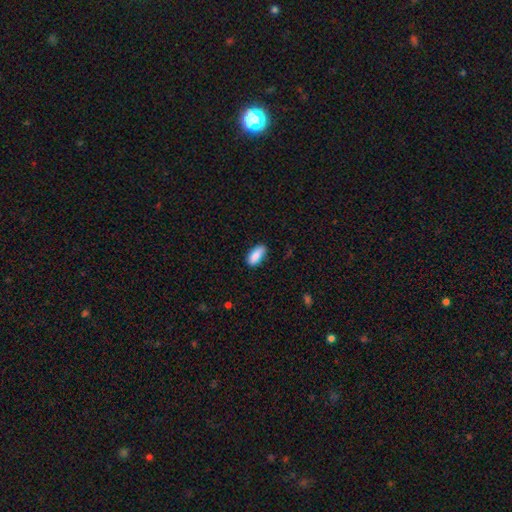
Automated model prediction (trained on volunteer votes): This appears to be a smooth galaxy with no disk features (88%) that is in between round and cigar-shaped (84%). Merging: none (82%).